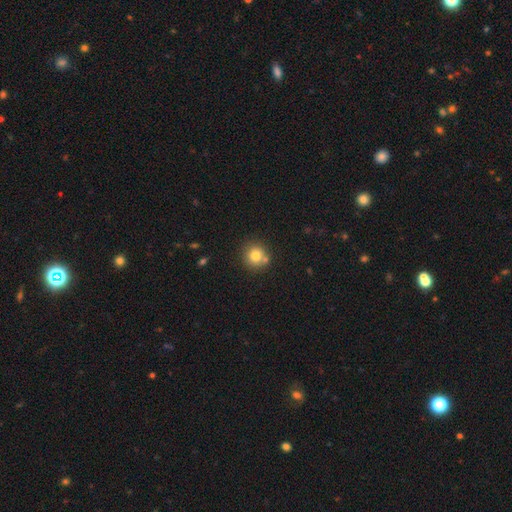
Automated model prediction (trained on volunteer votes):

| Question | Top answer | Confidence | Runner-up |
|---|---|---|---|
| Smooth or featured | smooth | 78% | star or artifact (11%) |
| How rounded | round | 92% | in between (7%) |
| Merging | none | 71% | merger (16%) |